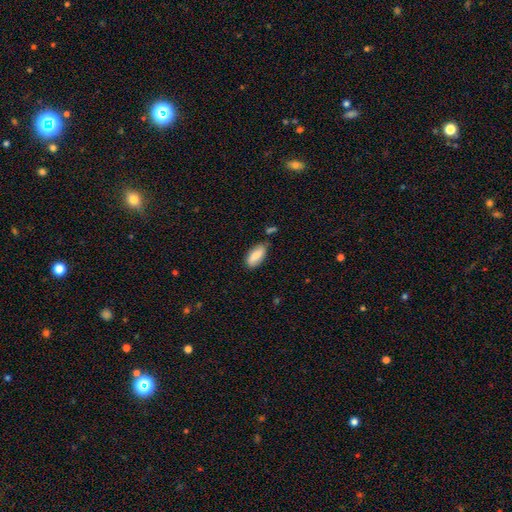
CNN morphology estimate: smooth_or_featured: smooth (p=0.81) [alt: featured or disk p=0.13]
how_rounded: in between (p=0.88) [alt: cigar-shaped p=0.10]
merging: none (p=0.71) [alt: minor disturbance p=0.20]